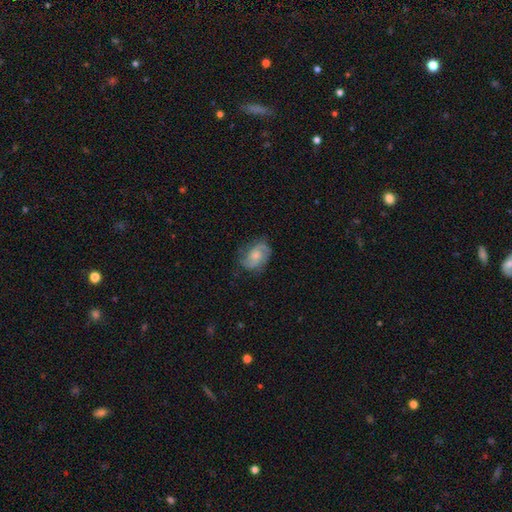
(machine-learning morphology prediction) This is likely a featured or disk galaxy (70%). It is clearly not viewed edge-on (97%). Bar: likely no (66%). Spiral arm pattern: clearly yes (93%). Spiral arm count: likely 2 (77%). Spiral winding: possibly medium (48%). Central bulge: marginally moderate (40%). Merging: likely none (71%).